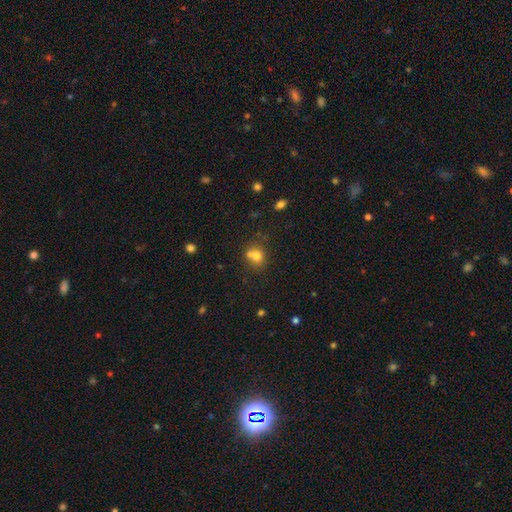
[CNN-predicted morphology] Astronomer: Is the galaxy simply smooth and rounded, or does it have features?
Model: smooth — 73%.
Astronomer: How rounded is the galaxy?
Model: round — 72%.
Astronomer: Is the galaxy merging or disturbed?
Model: merger — 43% (runner-up: none, 41%).